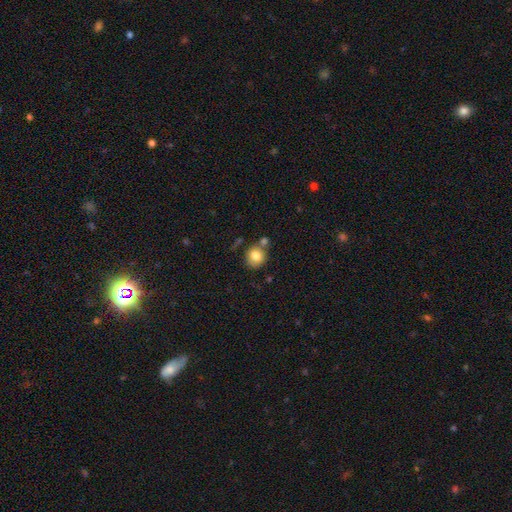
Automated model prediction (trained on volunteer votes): The model was most divided on "merging": none: 63%, merger: 20%, minor disturbance: 14%, major disturbance: 4%. More confident: how rounded — round (82%); smooth or featured — smooth (81%).